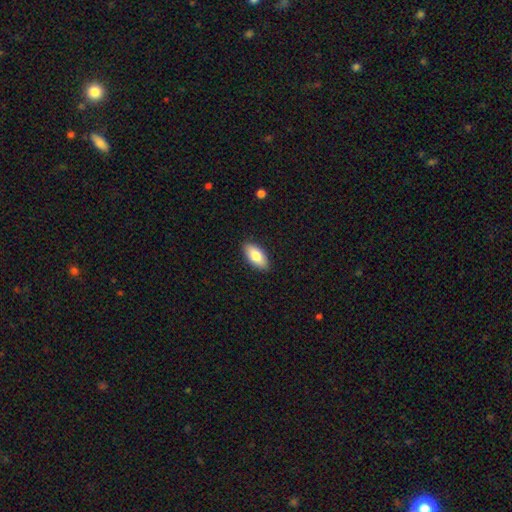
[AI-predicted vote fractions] smooth 81%, featured or disk 13%, star or artifact 6%. Down the decision tree: how rounded — in between (90%); merging — none (89%).